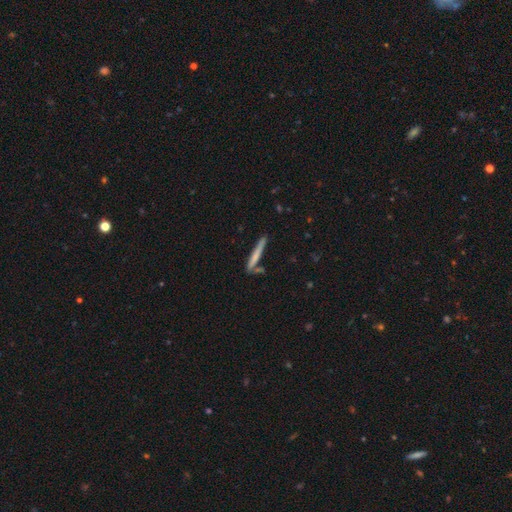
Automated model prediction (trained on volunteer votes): Morphology: type=smooth (64%); roundness=cigar-shaped (95%); merging=none (79%).